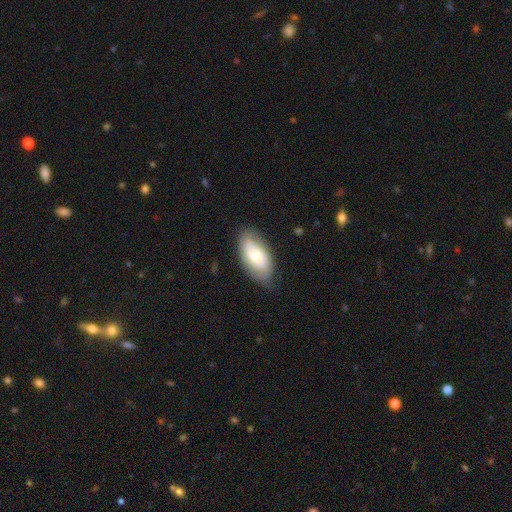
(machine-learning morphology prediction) Overall: smooth (60%; featured or disk 34%). How rounded: in between (93%). Merging: none (73%).